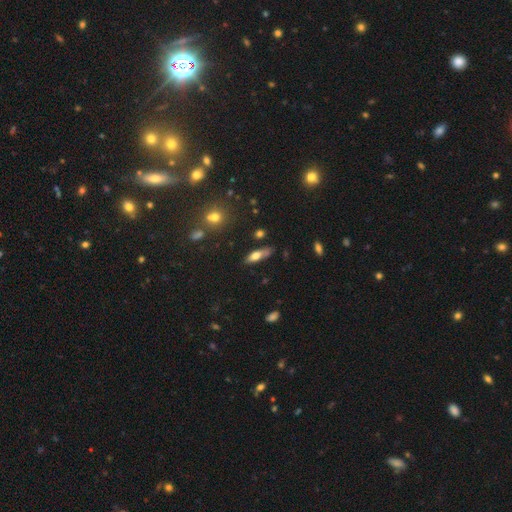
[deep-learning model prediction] Smooth or featured?
  - smooth: 61% *
  - featured or disk: 31%
  - star or artifact: 8%
How rounded?
  - in between: 54% *
  - cigar-shaped: 43%
  - round: 3%
Merging?
  - none: 64% *
  - minor disturbance: 23%
  - major disturbance: 7%
  - merger: 6%